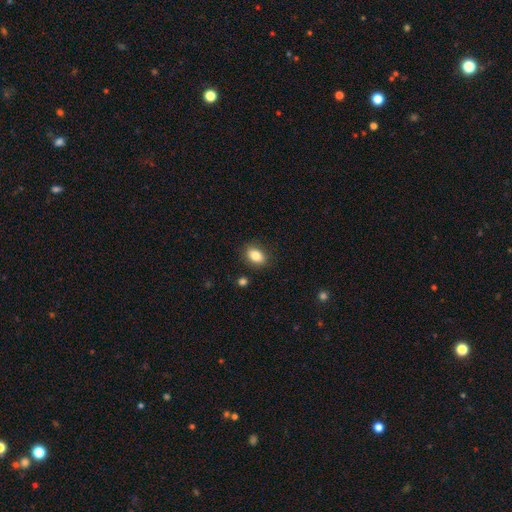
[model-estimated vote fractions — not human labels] smooth-or-featured: smooth: 83% | star or artifact: 9% | featured or disk: 8%
  how-rounded: in between: 81% | round: 18% | cigar-shaped: 2%
  merging: none: 85% | minor disturbance: 10% | major disturbance: 3% | merger: 2%